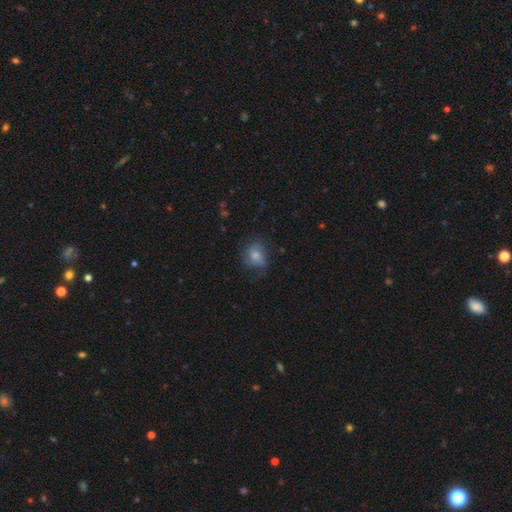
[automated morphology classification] The model was most divided on "how rounded": round: 59%, in between: 40%, cigar-shaped: 1%. More confident: smooth or featured — smooth (62%); merging — none (53%).